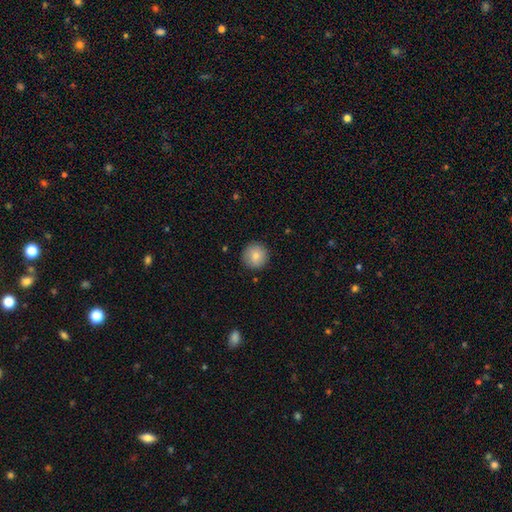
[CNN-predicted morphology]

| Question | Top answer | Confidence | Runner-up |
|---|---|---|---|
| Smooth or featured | smooth | 80% | featured or disk (11%) |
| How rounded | round | 95% | in between (4%) |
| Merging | none | 89% | minor disturbance (8%) |